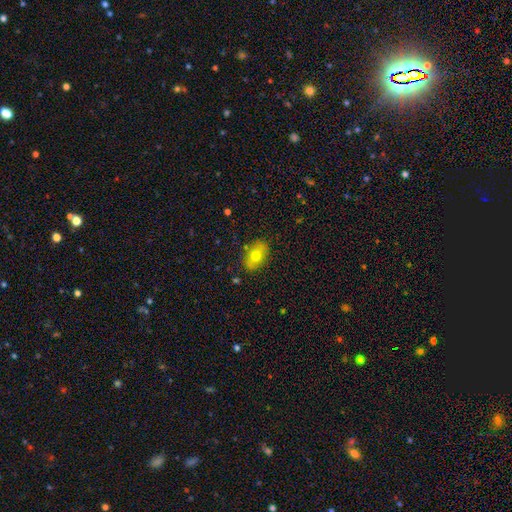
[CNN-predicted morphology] Smooth or featured?
  - smooth: 68% *
  - featured or disk: 24%
  - star or artifact: 8%
How rounded?
  - in between: 86% *
  - round: 11%
  - cigar-shaped: 3%
Merging?
  - none: 85% *
  - minor disturbance: 11%
  - major disturbance: 2%
  - merger: 1%